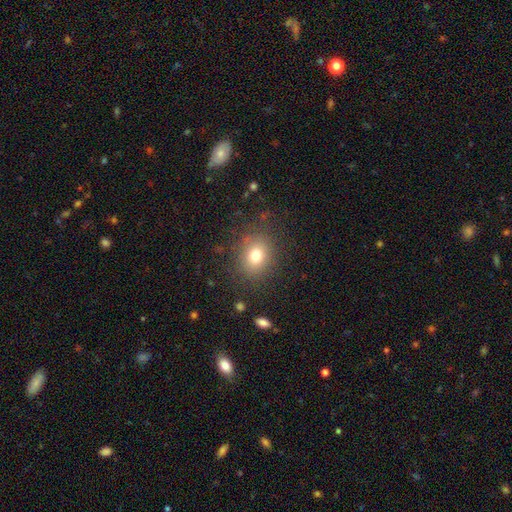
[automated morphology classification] smooth 76%, star or artifact 13%, featured or disk 10%. Down the decision tree: how rounded — round (61%); merging — none (83%).